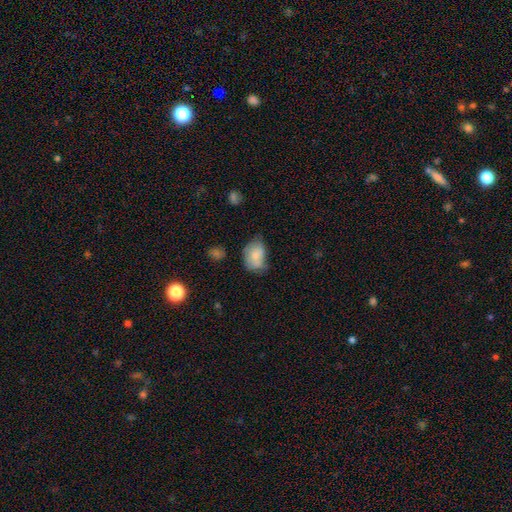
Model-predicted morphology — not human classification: smooth-or-featured: smooth: 76% | featured or disk: 17% | star or artifact: 8%
  how-rounded: in between: 82% | round: 17% | cigar-shaped: 1%
  merging: minor disturbance: 41% | none: 40% | major disturbance: 13% | merger: 6%